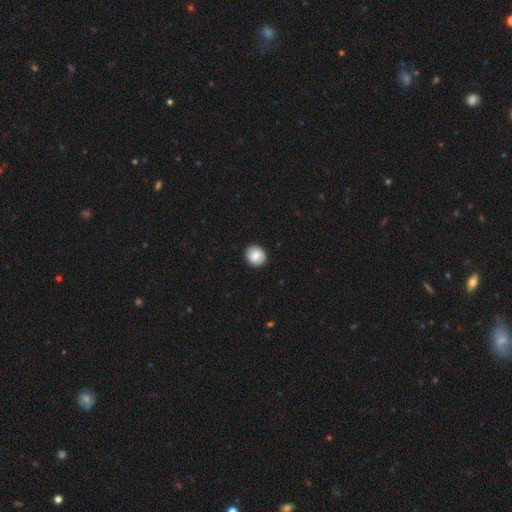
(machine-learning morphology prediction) Q: Smooth or featured?
A: smooth (83%); runner-up: featured or disk (10%)
Q: How rounded?
A: round (76%); runner-up: in between (23%)
Q: Merging?
A: none (90%); runner-up: minor disturbance (7%)